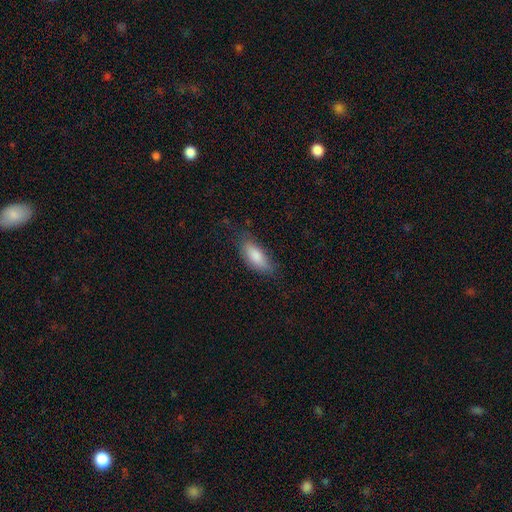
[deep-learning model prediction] The model was most divided on "merging": none: 73%, minor disturbance: 21%, major disturbance: 5%, merger: 1%. More confident: smooth or featured — smooth (83%); how rounded — in between (76%).